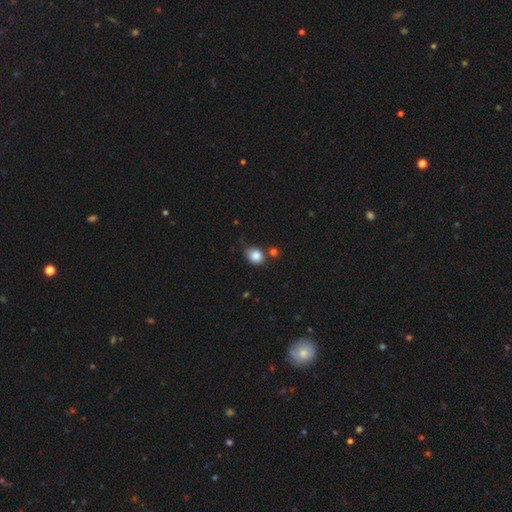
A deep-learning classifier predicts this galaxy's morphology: A smooth galaxy with no disk features (85%) that is round (59%). Merging: none (60%).